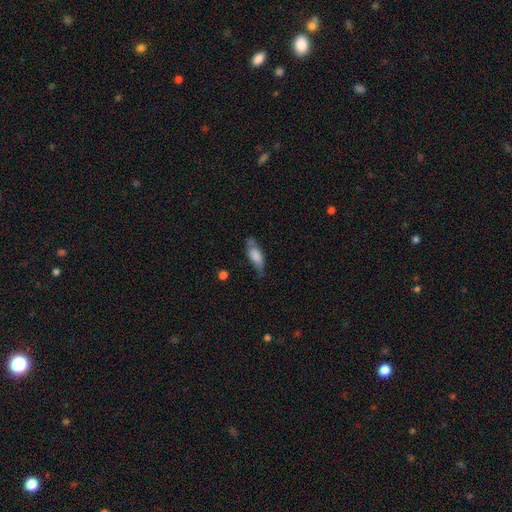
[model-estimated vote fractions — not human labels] Overall: smooth (69%). How rounded: in between (68%; cigar-shaped 30%). Merging: none (53%; minor disturbance 32%).